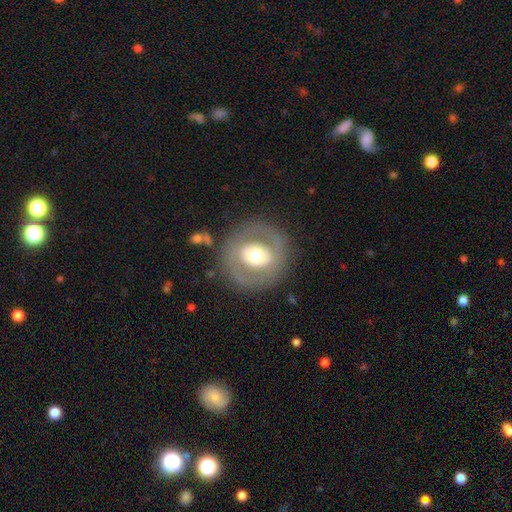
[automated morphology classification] smooth_or_featured: featured or disk (p=0.48) [alt: smooth p=0.45]
merging: none (p=0.81) [alt: minor disturbance p=0.10]